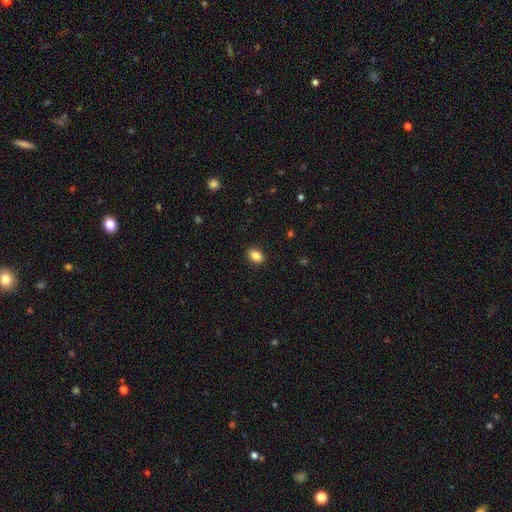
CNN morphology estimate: smooth_or_featured: smooth (p=0.86) [alt: star or artifact p=0.09]
how_rounded: in between (p=0.74) [alt: round p=0.25]
merging: none (p=0.89) [alt: minor disturbance p=0.08]